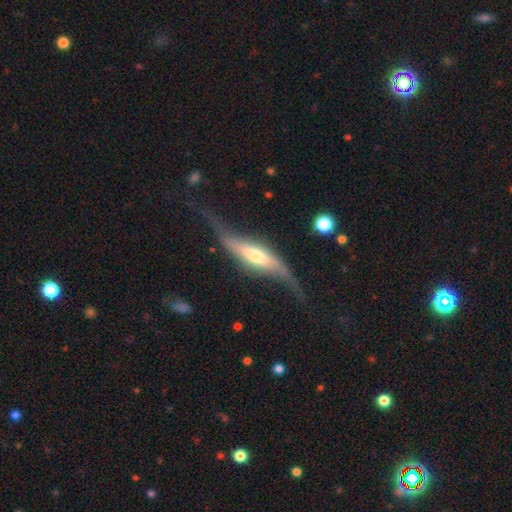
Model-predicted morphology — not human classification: This appears to be a featured or disk galaxy (81%). Merging: none (52%).